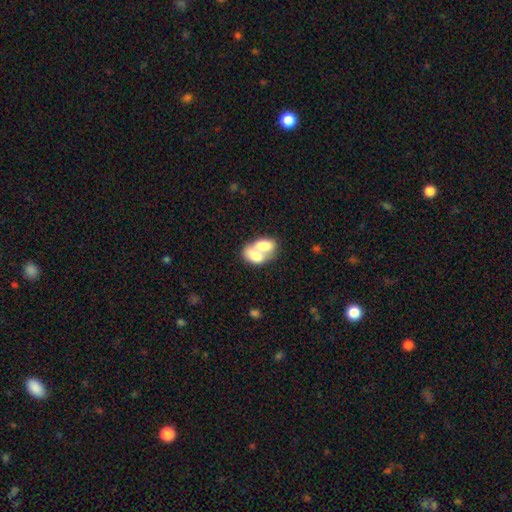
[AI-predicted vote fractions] Smooth or featured? smooth (69%)
How rounded? in between (87%)
Merging? merger (76%)